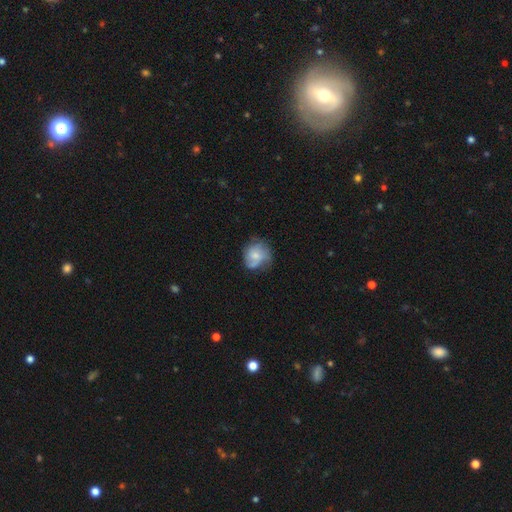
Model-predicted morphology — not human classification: This appears to be a smooth galaxy with no disk features (47%). Merging: none (53%).